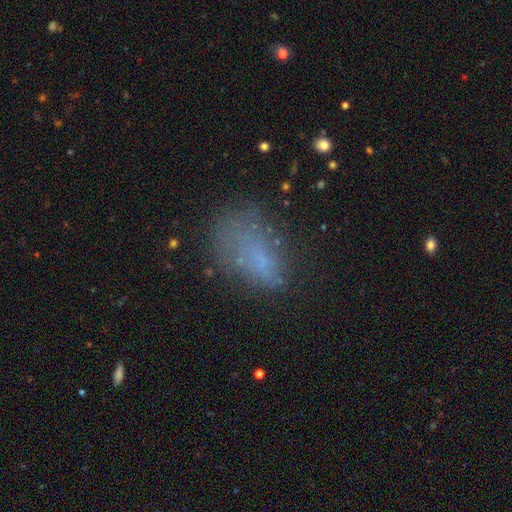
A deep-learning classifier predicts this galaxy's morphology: smooth_or_featured: smooth (p=0.54) [alt: featured or disk p=0.26]
how_rounded: in between (p=0.85) [alt: round p=0.10]
merging: none (p=0.44) [alt: major disturbance p=0.27]